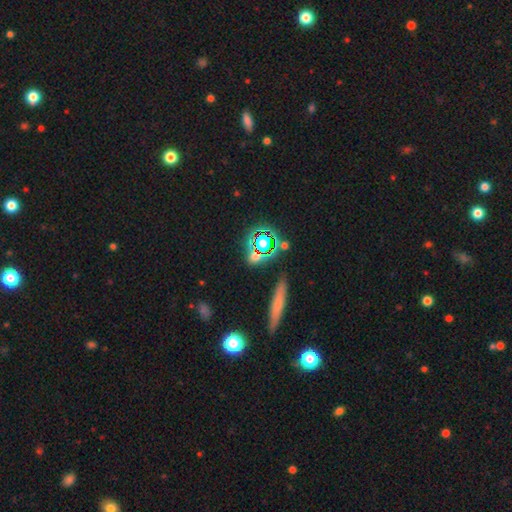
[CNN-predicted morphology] Overall: star or artifact (50%; smooth 37%).